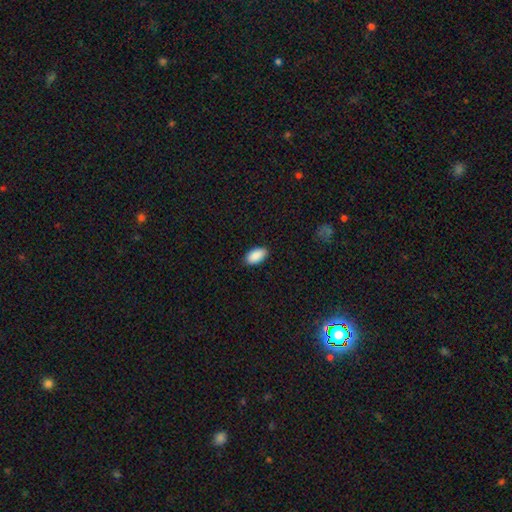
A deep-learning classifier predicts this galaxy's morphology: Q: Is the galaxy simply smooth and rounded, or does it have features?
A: smooth — 91%.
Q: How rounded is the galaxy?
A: in between — 95%.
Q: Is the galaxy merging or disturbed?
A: none — 88%.